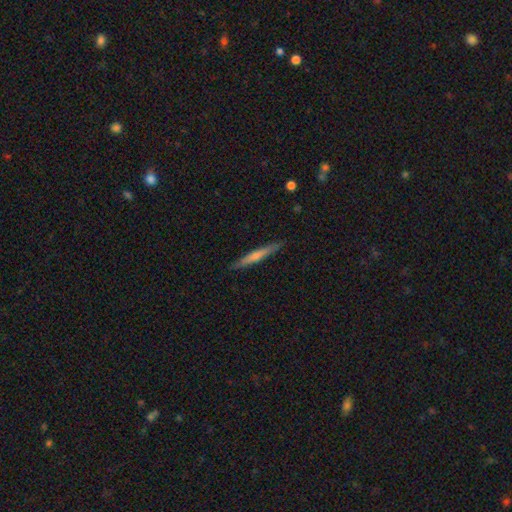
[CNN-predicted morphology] smooth-or-featured: smooth: 49% | featured or disk: 45% | star or artifact: 6%
  merging: none: 90% | minor disturbance: 7% | major disturbance: 1% | merger: 1%